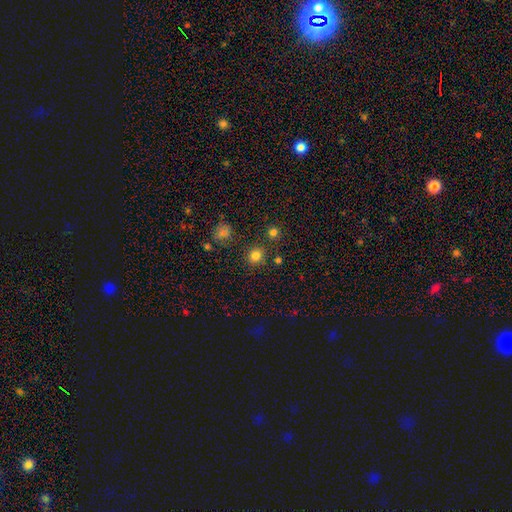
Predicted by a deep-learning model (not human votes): Morphology: type=smooth (80%); roundness=round (88%); merging=none (85%).